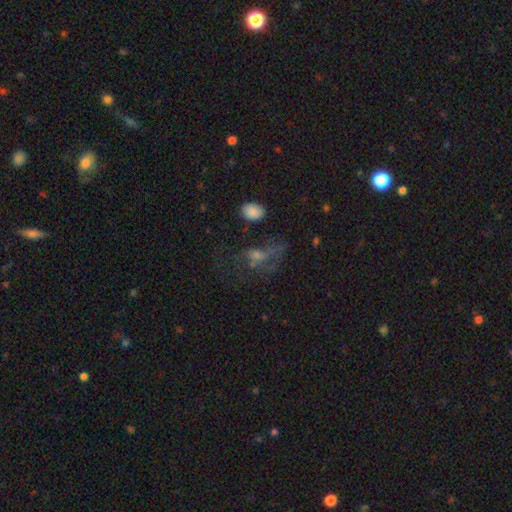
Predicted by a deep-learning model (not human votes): Morphology: type=featured or disk (40%); merging=major disturbance (40%).